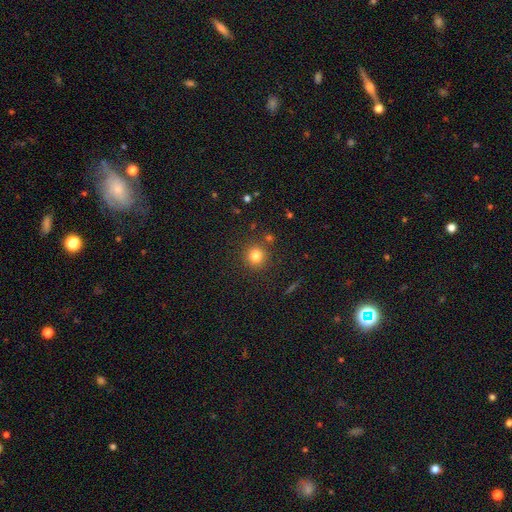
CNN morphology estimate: type=smooth (81%); roundness=round (92%); merging=none (86%).